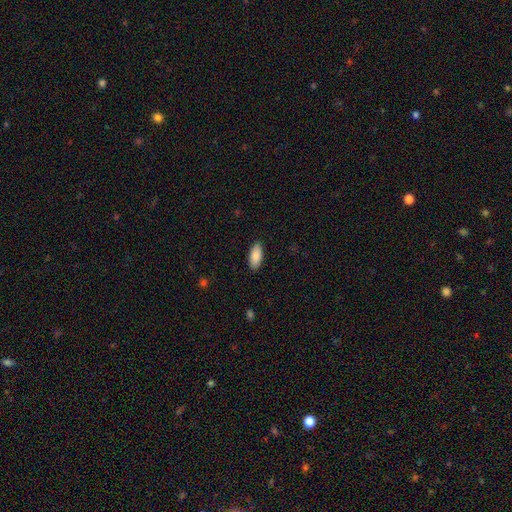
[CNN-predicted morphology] Q: Smooth or featured?
A: smooth (89%); runner-up: star or artifact (6%)
Q: How rounded?
A: in between (89%); runner-up: cigar-shaped (10%)
Q: Merging?
A: none (89%); runner-up: minor disturbance (8%)